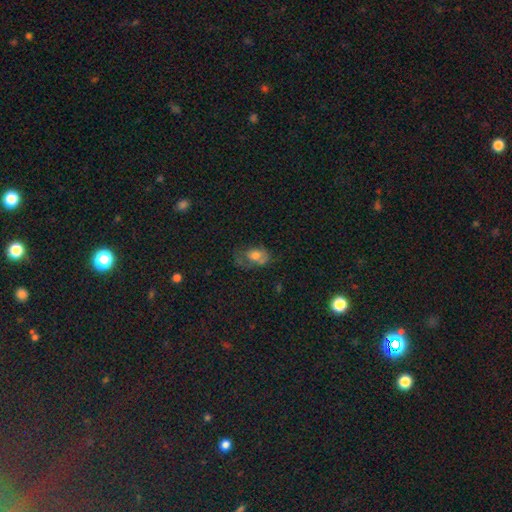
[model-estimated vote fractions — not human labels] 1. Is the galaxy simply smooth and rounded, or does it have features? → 60% smooth, 28% featured or disk, 13% star or artifact.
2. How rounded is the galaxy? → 76% in between, 22% round, 2% cigar-shaped.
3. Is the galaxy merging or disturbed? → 35% major disturbance, 30% none, 27% minor disturbance, 9% merger.